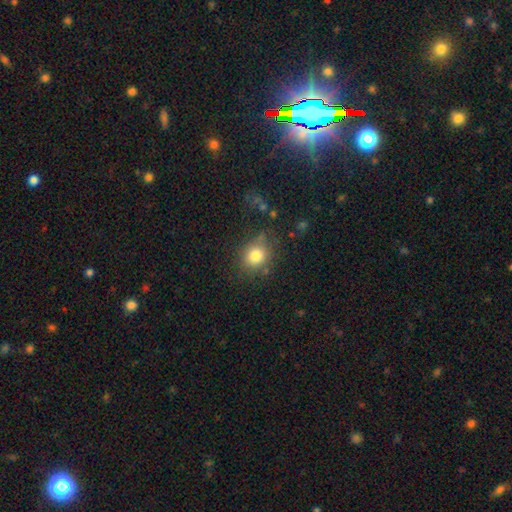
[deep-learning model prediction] A smooth galaxy with no disk features (80%) that is round (73%).

Vote fractions:
- Smooth or featured? smooth: 80% / star or artifact: 12% / featured or disk: 8%
- How rounded? round: 73% / in between: 26% / cigar-shaped: 1%
- Merging? none: 73% / minor disturbance: 17% / major disturbance: 6% / merger: 4%